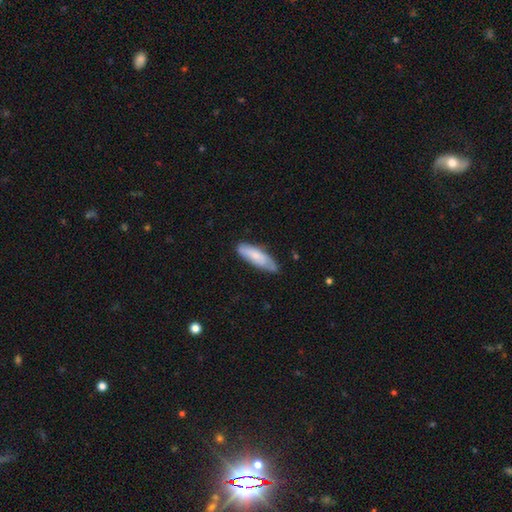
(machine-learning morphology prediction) A smooth galaxy with no disk features (71%) that is cigar-shaped (51%). Merging: none (69%).